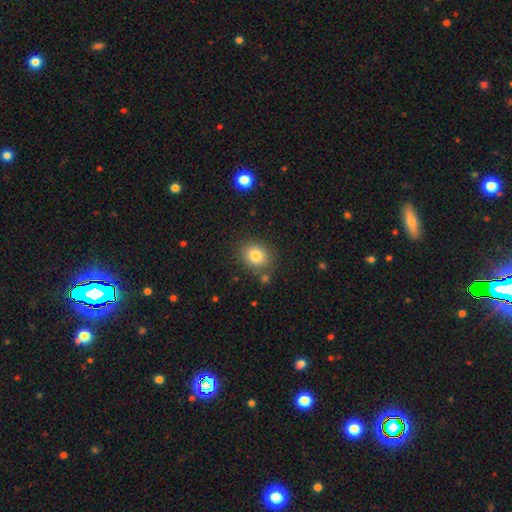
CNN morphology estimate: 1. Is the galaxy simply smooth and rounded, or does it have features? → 81% smooth, 11% star or artifact, 8% featured or disk.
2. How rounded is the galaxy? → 69% round, 31% in between, 1% cigar-shaped.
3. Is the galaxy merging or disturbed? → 79% none, 11% minor disturbance, 7% merger, 3% major disturbance.